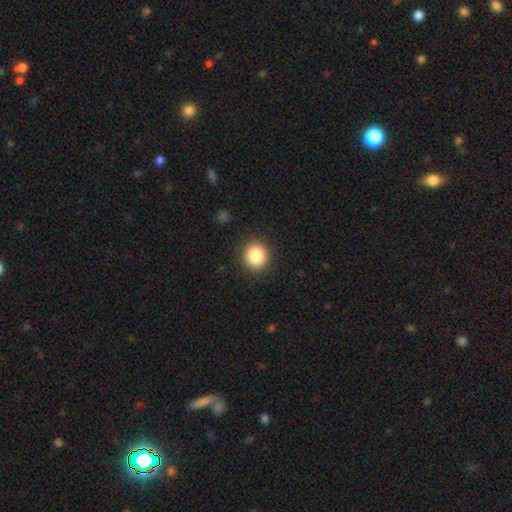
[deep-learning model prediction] Morphology: type=smooth (87%); roundness=round (88%); merging=none (90%).